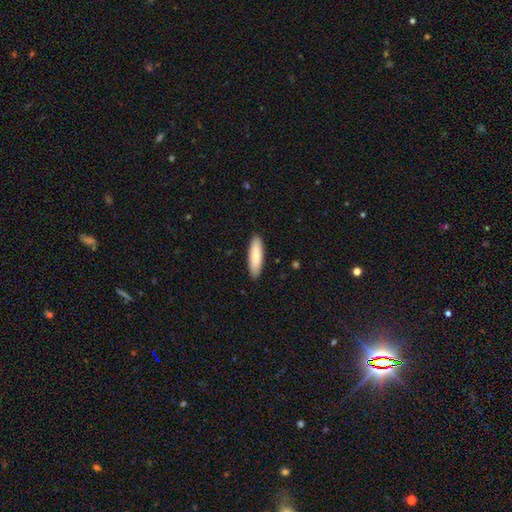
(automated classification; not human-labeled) A smooth galaxy with no disk features (82%) that is cigar-shaped (57%).

Vote fractions:
- Smooth or featured? smooth: 82% / featured or disk: 12% / star or artifact: 5%
- How rounded? cigar-shaped: 57% / in between: 42% / round: 2%
- Merging? none: 90% / minor disturbance: 8% / major disturbance: 1% / merger: 1%